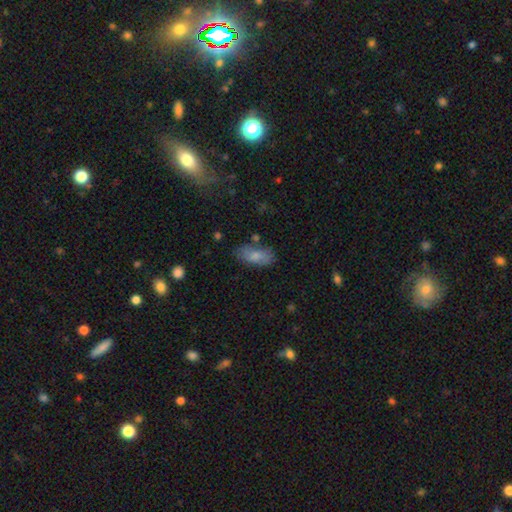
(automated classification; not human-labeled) The model was most divided on "merging": none: 69%, minor disturbance: 20%, merger: 7%, major disturbance: 5%. More confident: how rounded — in between (89%); smooth or featured — smooth (79%).